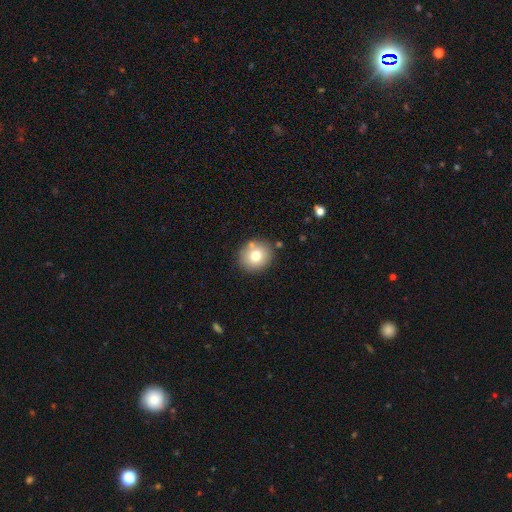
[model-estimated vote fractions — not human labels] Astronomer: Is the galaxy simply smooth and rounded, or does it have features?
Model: smooth — 74%.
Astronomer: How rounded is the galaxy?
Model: round — 82%.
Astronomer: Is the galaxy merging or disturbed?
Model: none — 81%.